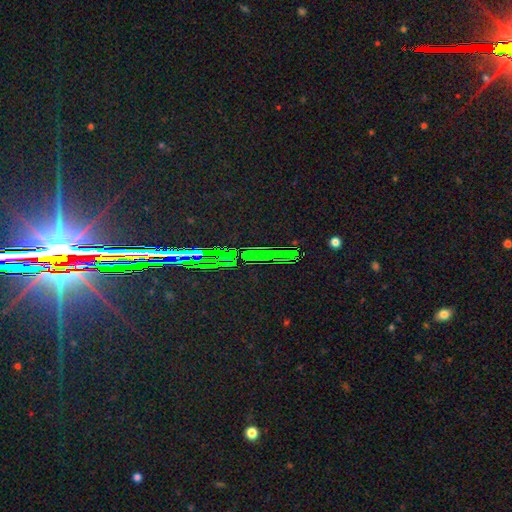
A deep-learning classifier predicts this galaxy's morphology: Smooth or featured: star or artifact — 82% (featured or disk — 11%)